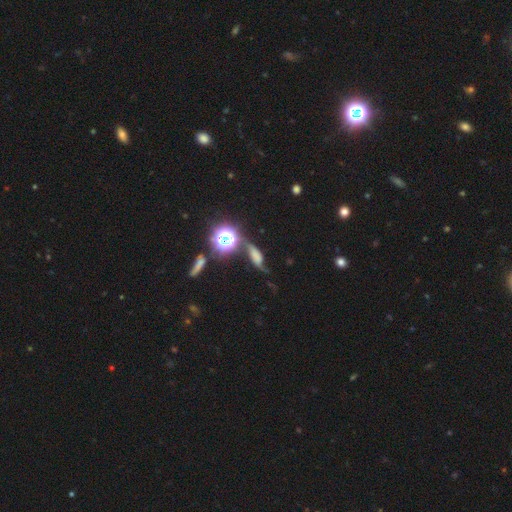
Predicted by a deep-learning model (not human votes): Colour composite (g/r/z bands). It shows a featured or disk galaxy (44%). Merging: none (45%).